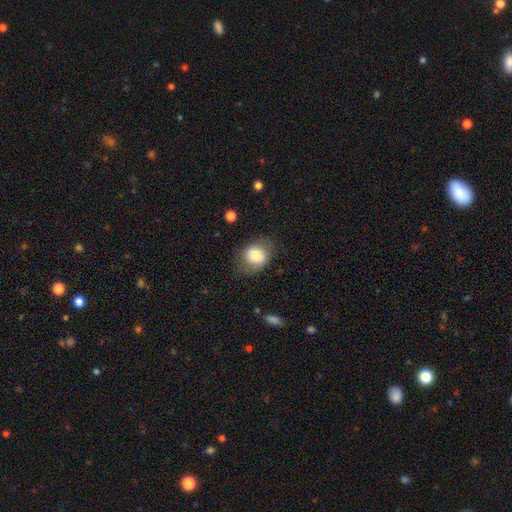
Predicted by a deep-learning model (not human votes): Smooth or featured? Predicted: smooth (p=0.77). How rounded? Predicted: round (p=0.63). Merging? Predicted: none (p=0.69).